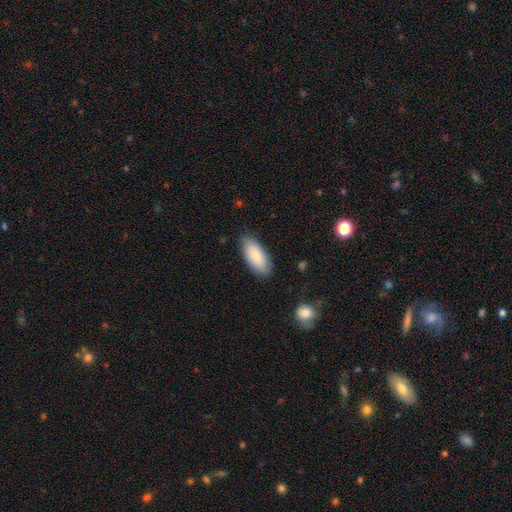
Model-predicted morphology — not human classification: Smooth or featured: smooth — 81% (featured or disk — 13%)
How rounded: in between — 88% (cigar-shaped — 11%)
Merging: none — 83% (minor disturbance — 14%)